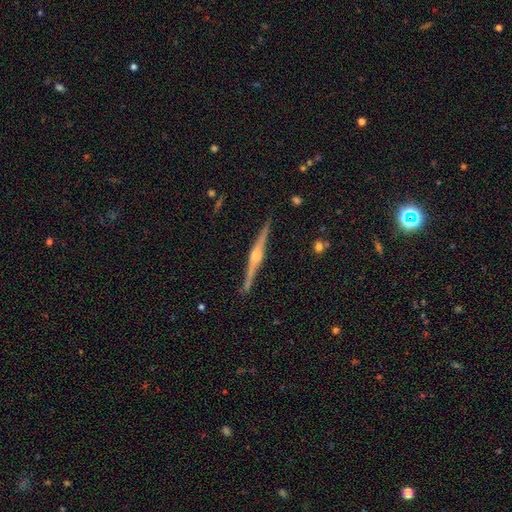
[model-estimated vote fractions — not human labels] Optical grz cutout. It shows a featured or disk galaxy (86%) viewed edge-on (99%) with a rounded central bulge (86%). Merging: none (91%).